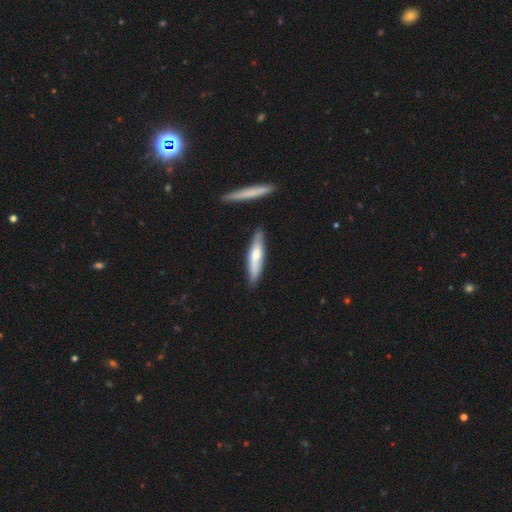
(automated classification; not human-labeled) Smooth or featured: smooth — 55% (featured or disk — 40%)
How rounded: cigar-shaped — 82% (in between — 17%)
Merging: none — 82% (minor disturbance — 12%)